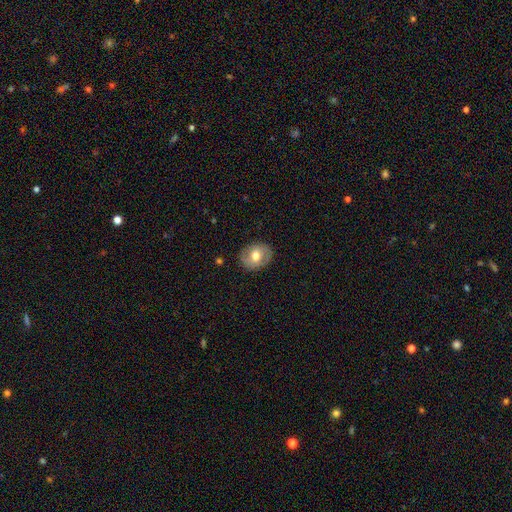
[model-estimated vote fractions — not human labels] A smooth galaxy with no disk features (59%) that is round (53%). Merging: none (84%).